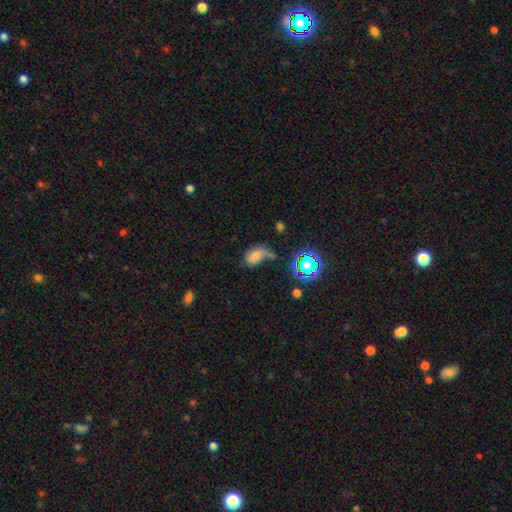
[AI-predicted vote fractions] smooth-or-featured: smooth: 63% | featured or disk: 18% | star or artifact: 18%
  how-rounded: in between: 86% | round: 12% | cigar-shaped: 2%
  merging: none: 30% | major disturbance: 26% | minor disturbance: 24% | merger: 20%